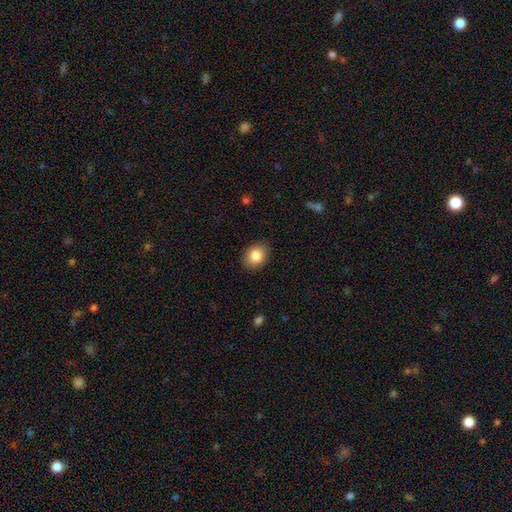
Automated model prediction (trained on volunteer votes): Overall: smooth (85%). How rounded: in between (56%; round 43%). Merging: none (88%).